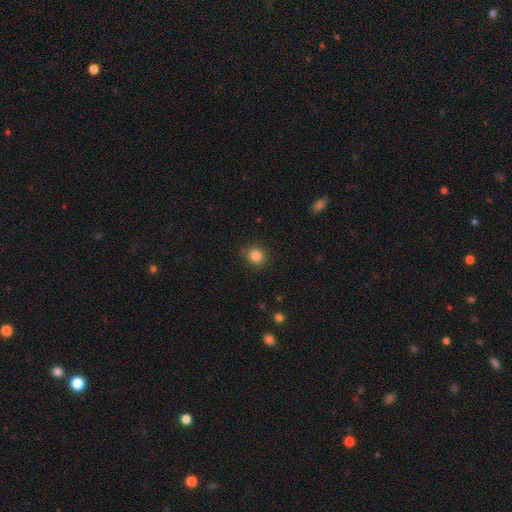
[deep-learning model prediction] Overall: smooth (84%). How rounded: round (82%). Merging: none (88%).